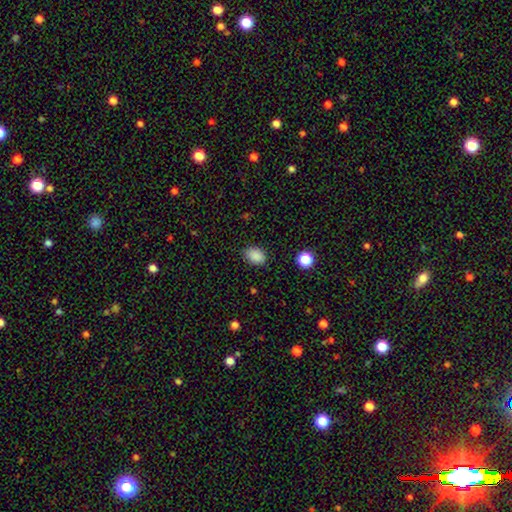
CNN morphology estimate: smooth-or-featured: smooth: 87% | star or artifact: 10% | featured or disk: 3%
  how-rounded: in between: 74% | round: 25% | cigar-shaped: 1%
  merging: none: 81% | minor disturbance: 15% | major disturbance: 3% | merger: 1%